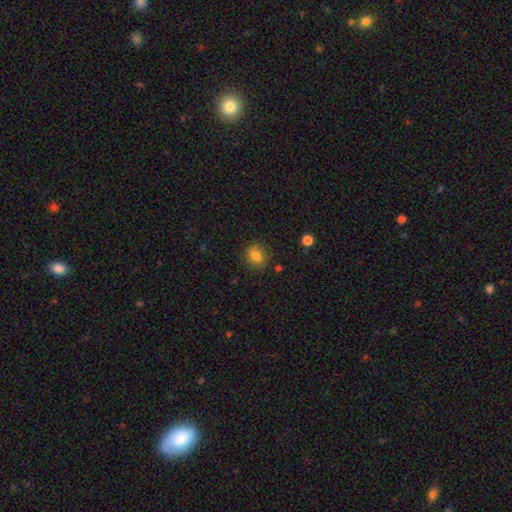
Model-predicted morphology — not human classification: This appears to be a smooth galaxy with no disk features (83%) that is round (57%). Merging: none (84%).